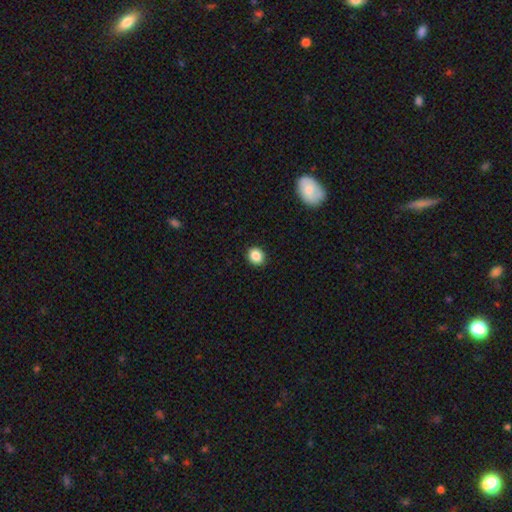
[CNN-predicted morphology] This is clearly a smooth galaxy (87%). How rounded: likely round (77%). Merging: clearly none (92%).